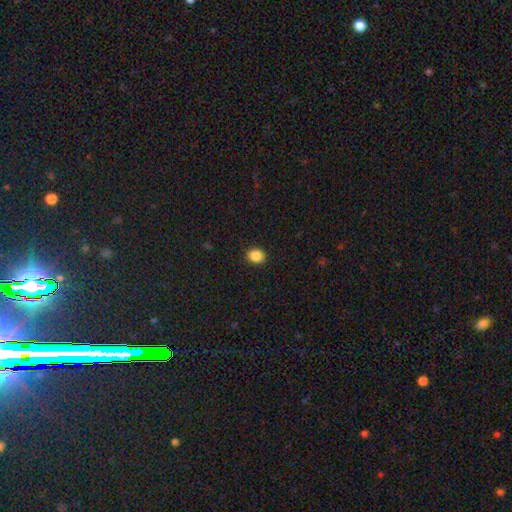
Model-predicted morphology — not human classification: A smooth galaxy with no disk features (87%) that is round (66%).

Vote fractions:
- Smooth or featured? smooth: 87% / star or artifact: 10% / featured or disk: 3%
- How rounded? round: 66% / in between: 34% / cigar-shaped: 1%
- Merging? none: 91% / minor disturbance: 6% / major disturbance: 2% / merger: 1%